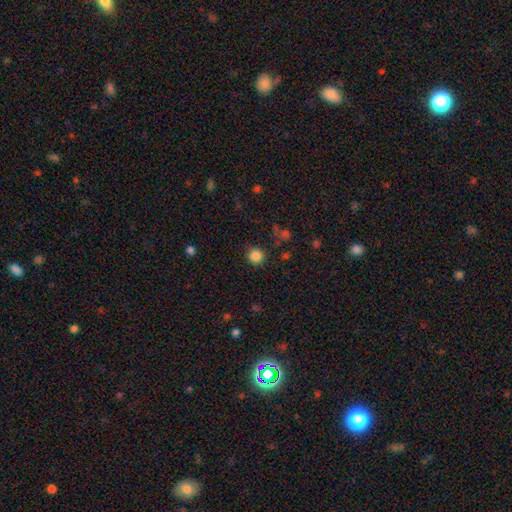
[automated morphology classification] The model was most divided on "smooth or featured": smooth: 85%, star or artifact: 12%, featured or disk: 3%. More confident: how rounded — round (93%); merging — none (88%).